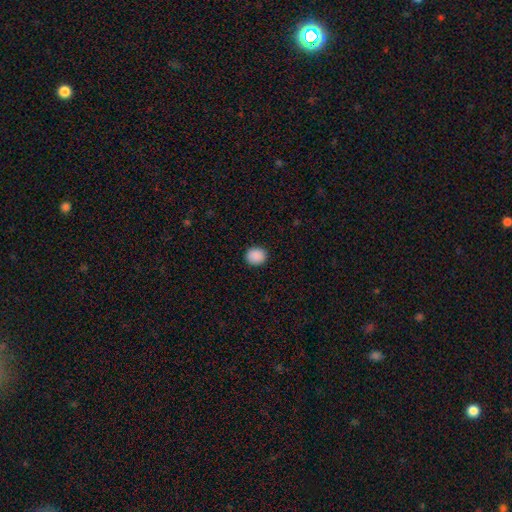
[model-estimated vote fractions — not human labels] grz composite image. It shows a smooth galaxy with no disk features (89%) that is round (77%). Merging: none (91%).